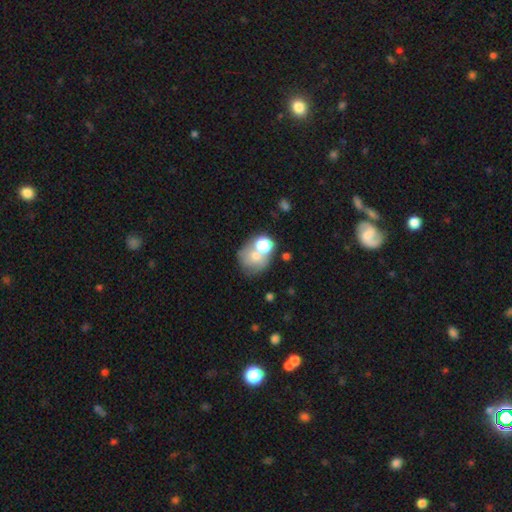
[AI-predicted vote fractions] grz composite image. It shows a smooth galaxy with no disk features (66%) that is round (72%). Merging: merger (39%).